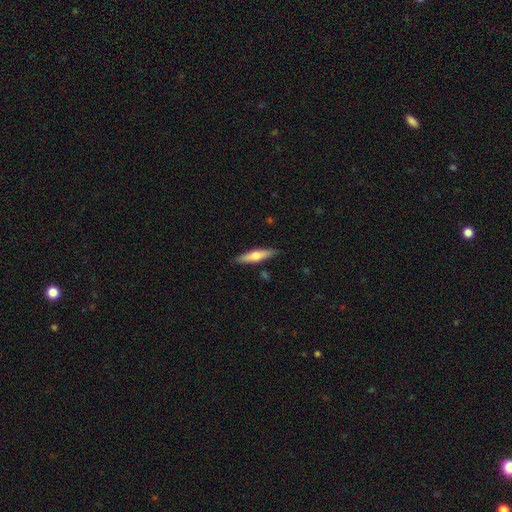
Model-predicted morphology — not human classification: smooth-or-featured: smooth: 53% | featured or disk: 42% | star or artifact: 6%
  how-rounded: cigar-shaped: 78% | in between: 20% | round: 2%
  merging: none: 88% | minor disturbance: 9% | major disturbance: 2% | merger: 2%